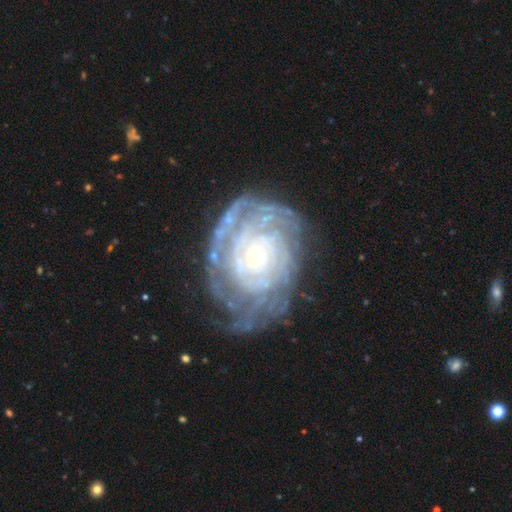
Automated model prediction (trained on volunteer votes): Smooth or featured: featured or disk — 85% (smooth — 9%)
Edge-on disk: no — 97% (yes — 3%)
Bar: no — 82% (weak — 13%)
Spiral arms: yes — 93% (no — 7%)
Spiral winding: tight — 81% (medium — 15%)
Spiral arm count: can't tell — 40% (more than 4 — 19%)
Bulge size: small — 79% (moderate — 15%)
Merging: none — 67% (minor disturbance — 19%)